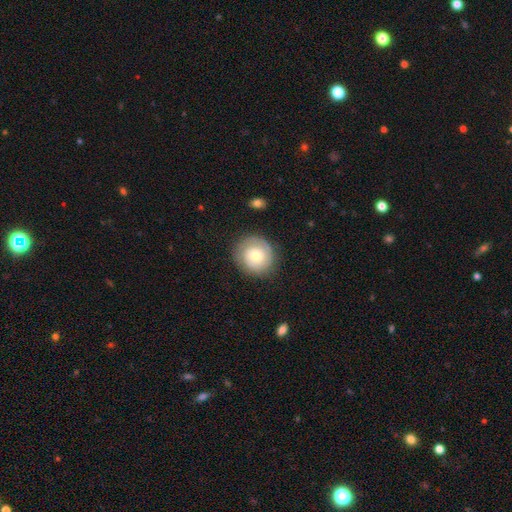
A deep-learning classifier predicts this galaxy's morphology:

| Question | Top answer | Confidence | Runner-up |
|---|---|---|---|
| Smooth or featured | smooth | 56% | featured or disk (36%) |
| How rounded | round | 88% | in between (11%) |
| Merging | none | 82% | minor disturbance (12%) |